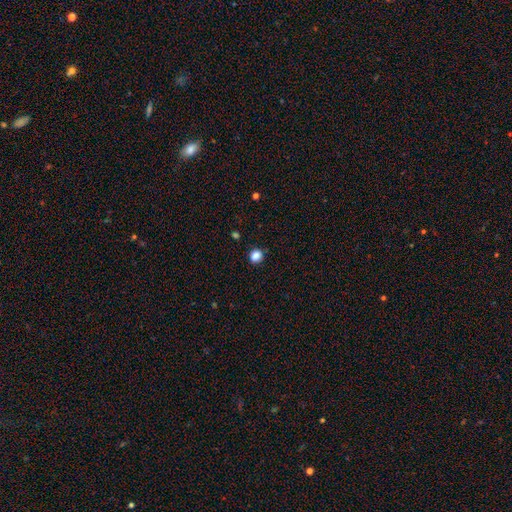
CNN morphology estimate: Q: Smooth or featured?
A: smooth (85%); runner-up: star or artifact (11%)
Q: How rounded?
A: round (83%); runner-up: in between (16%)
Q: Merging?
A: none (89%); runner-up: minor disturbance (8%)